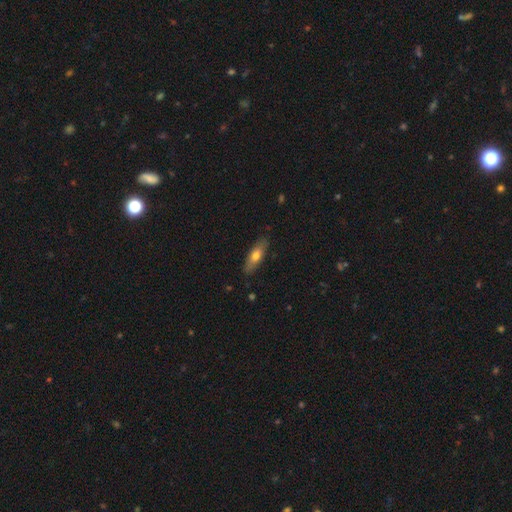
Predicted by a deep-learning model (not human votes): Morphology: type=smooth (63%); roundness=in between (50%); merging=none (86%).